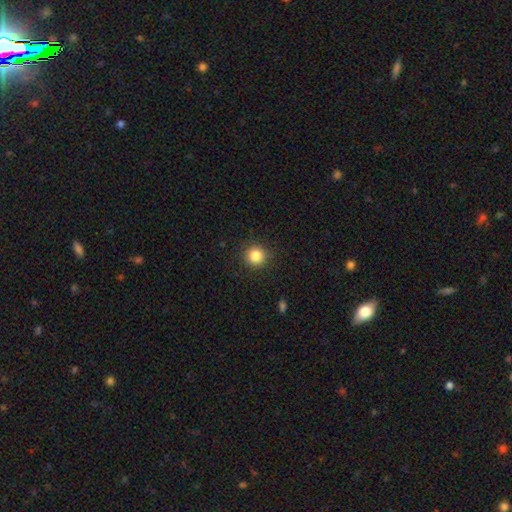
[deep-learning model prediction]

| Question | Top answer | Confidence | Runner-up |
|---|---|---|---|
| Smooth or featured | smooth | 85% | star or artifact (11%) |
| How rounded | round | 94% | in between (5%) |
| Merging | none | 91% | minor disturbance (6%) |